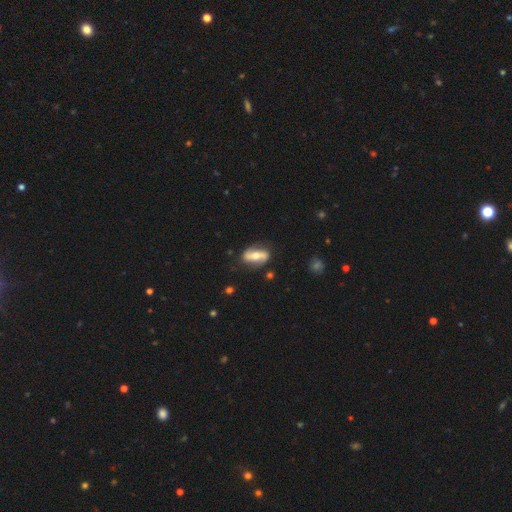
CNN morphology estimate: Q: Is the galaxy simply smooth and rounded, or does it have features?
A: featured or disk — 66%.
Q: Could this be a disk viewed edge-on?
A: no — 87%.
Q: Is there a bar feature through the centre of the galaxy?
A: strong — 41%.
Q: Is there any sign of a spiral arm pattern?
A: yes — 81%.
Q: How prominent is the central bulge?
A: moderate — 67%.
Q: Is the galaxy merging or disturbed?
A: none — 77%.